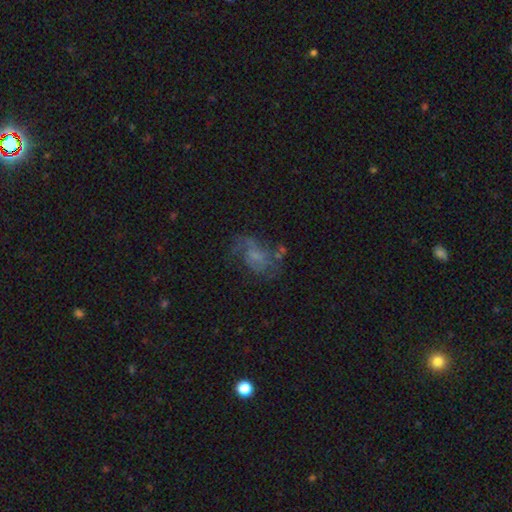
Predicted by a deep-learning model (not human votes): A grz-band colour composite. It shows a featured or disk galaxy (58%) with no bar (61%), spiral arms (69%) and no central bulge (38%). Merging: none (43%).